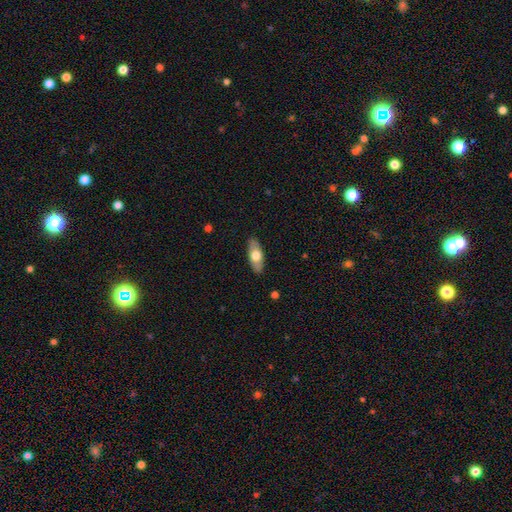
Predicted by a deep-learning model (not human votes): The model was most divided on "smooth or featured": smooth: 62%, featured or disk: 33%, star or artifact: 5%. More confident: merging — none (88%); how rounded — in between (81%).